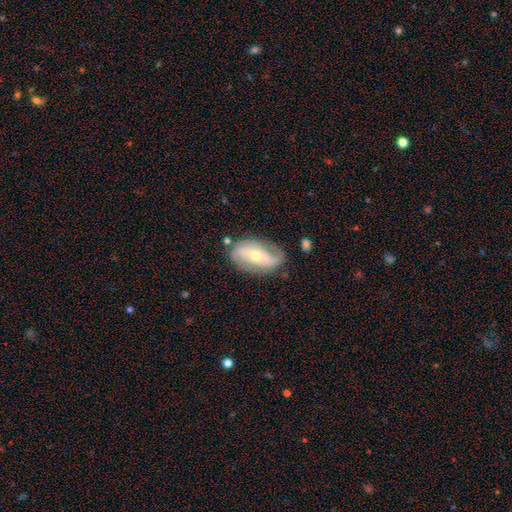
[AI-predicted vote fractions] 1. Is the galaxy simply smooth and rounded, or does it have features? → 73% featured or disk, 21% smooth, 6% star or artifact.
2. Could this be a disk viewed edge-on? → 93% no, 7% yes.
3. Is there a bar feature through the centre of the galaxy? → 45% no, 33% weak, 23% strong.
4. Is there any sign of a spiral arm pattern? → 85% yes, 15% no.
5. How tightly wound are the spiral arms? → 37% medium, 35% loose, 27% tight.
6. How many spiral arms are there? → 74% 2, 14% can't tell, 5% 3, 4% 1, 2% 4, 1% more than 4.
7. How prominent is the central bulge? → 52% moderate, 43% small, 2% large, 1% none, 1% dominant.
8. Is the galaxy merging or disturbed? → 71% none, 20% minor disturbance, 7% major disturbance, 3% merger.